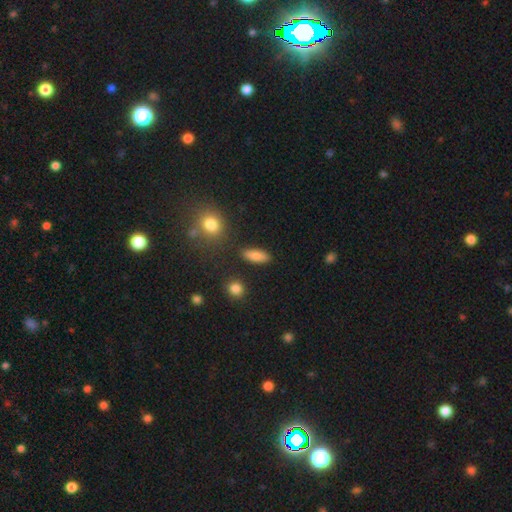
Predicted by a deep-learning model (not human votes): smooth-or-featured: smooth: 85% | featured or disk: 8% | star or artifact: 8%
  how-rounded: in between: 73% | cigar-shaped: 23% | round: 4%
  merging: none: 87% | minor disturbance: 9% | merger: 2% | major disturbance: 2%